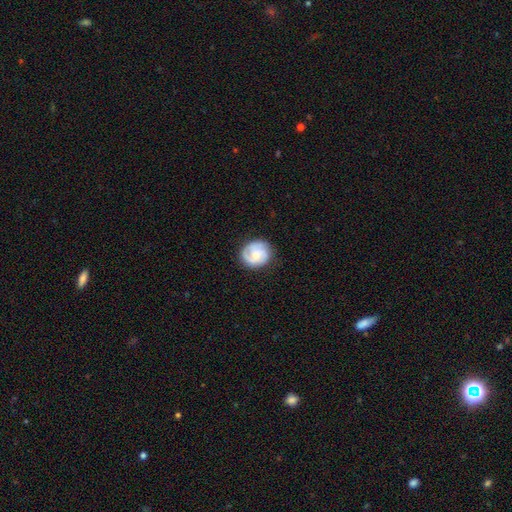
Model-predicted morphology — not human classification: Smooth or featured? Predicted: featured or disk (p=0.66). Edge-on disk? Predicted: no (p=0.98). Bar? Predicted: no (p=0.69). Spiral arms? Predicted: yes (p=0.92). Spiral winding? Predicted: tight (p=0.51). Spiral arm count? Predicted: 3 (p=0.36, tied with 2). Bulge size? Predicted: moderate (p=0.49). Merging? Predicted: none (p=0.79).